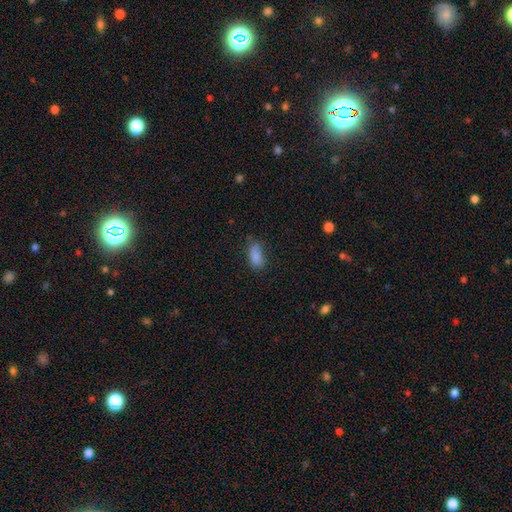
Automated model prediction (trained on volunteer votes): Smooth or featured? smooth (84%)
How rounded? in between (88%)
Merging? none (57%)